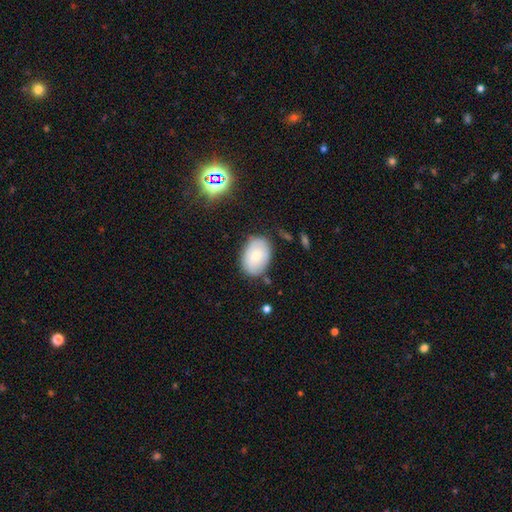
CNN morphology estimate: Smooth or featured: smooth — 69% (featured or disk — 24%)
How rounded: in between — 84% (round — 15%)
Merging: none — 76% (minor disturbance — 17%)